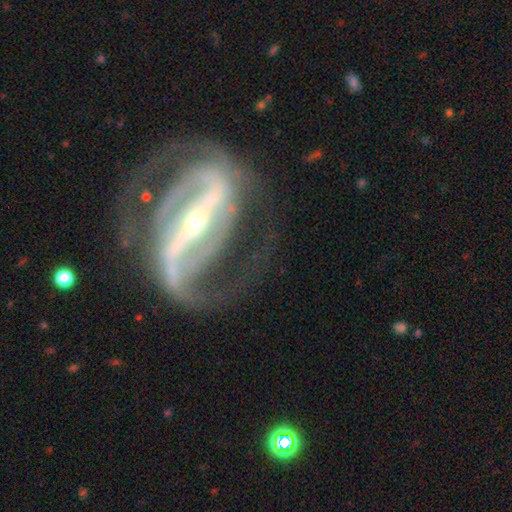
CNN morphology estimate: The model was most divided on "spiral winding": medium: 49%, tight: 29%, loose: 22%. More confident: spiral arms — yes (96%); edge-on disk — no (94%); smooth or featured — featured or disk (92%); bar — strong (85%); spiral arm count — 2 (82%); bulge size — small (72%); merging — none (66%).